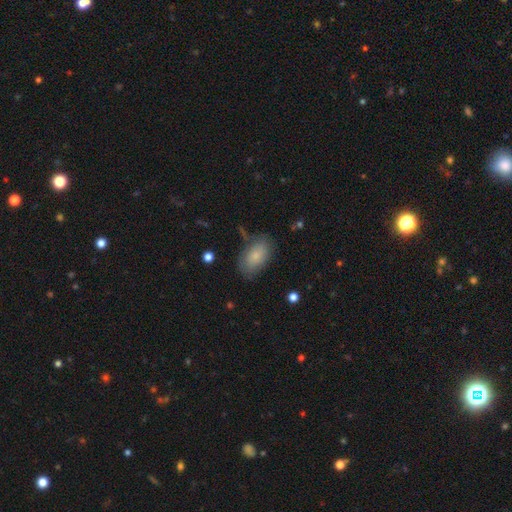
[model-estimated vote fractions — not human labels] A smooth galaxy with no disk features (79%) that is in between round and cigar-shaped (92%). Merging: none (70%).